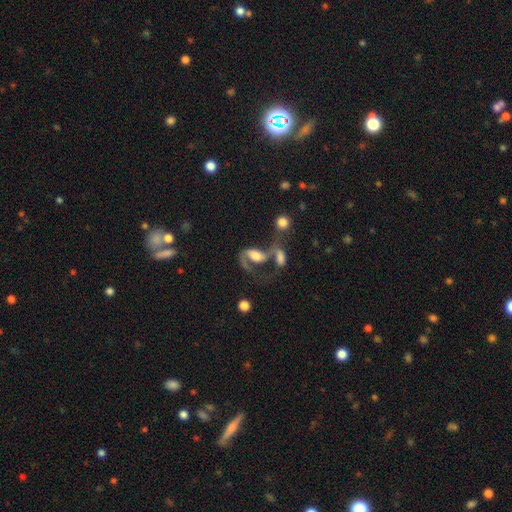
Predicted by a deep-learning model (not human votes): This is likely a featured or disk galaxy (68%). It is clearly not viewed edge-on (94%). Bar: possibly no (46%). Spiral arm pattern: clearly yes (87%). Spiral arm count: possibly 2 (58%). Spiral winding: possibly loose (53%). Central bulge: marginally moderate (36%, tied with large). Merging: possibly merger (48%).